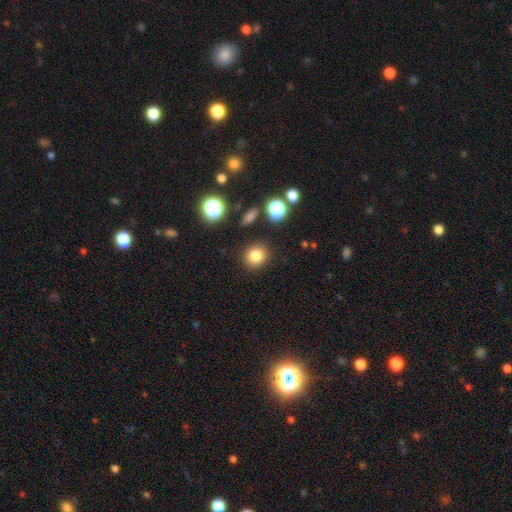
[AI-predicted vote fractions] smooth_or_featured: smooth (p=0.81) [alt: star or artifact p=0.13]
how_rounded: round (p=0.82) [alt: in between p=0.17]
merging: none (p=0.87) [alt: minor disturbance p=0.07]